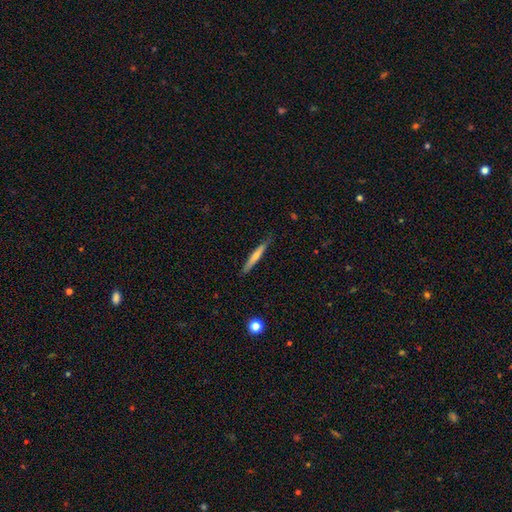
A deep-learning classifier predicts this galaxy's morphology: Smooth or featured? smooth (61%)
How rounded? cigar-shaped (95%)
Merging? none (83%)